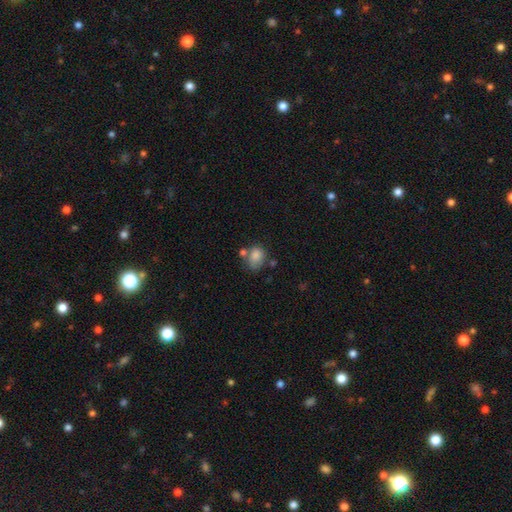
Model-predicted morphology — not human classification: smooth 82%, star or artifact 9%, featured or disk 8%. Down the decision tree: how rounded — in between (60%); merging — none (48%).